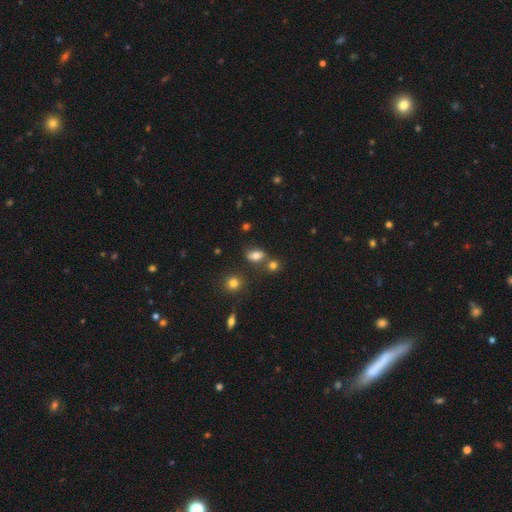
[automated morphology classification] A smooth galaxy with no disk features (76%) that is in between round and cigar-shaped (79%).

Vote fractions:
- Smooth or featured? smooth: 76% / star or artifact: 13% / featured or disk: 11%
- How rounded? in between: 79% / round: 16% / cigar-shaped: 4%
- Merging? none: 60% / merger: 21% / minor disturbance: 14% / major disturbance: 5%